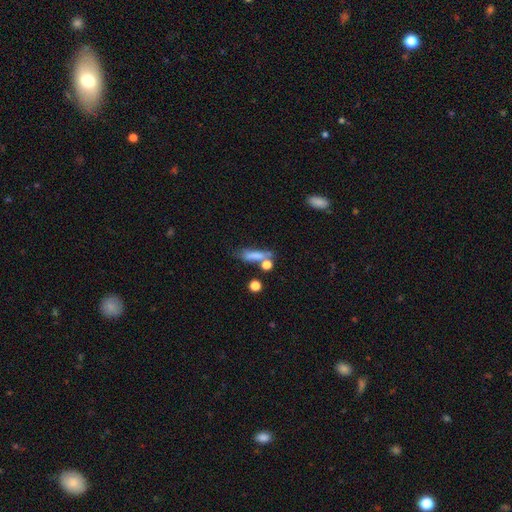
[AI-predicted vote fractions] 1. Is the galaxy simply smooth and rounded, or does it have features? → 70% smooth, 18% featured or disk, 12% star or artifact.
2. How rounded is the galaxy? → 53% cigar-shaped, 38% in between, 9% round.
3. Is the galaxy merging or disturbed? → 43% none, 23% merger, 20% minor disturbance, 14% major disturbance.